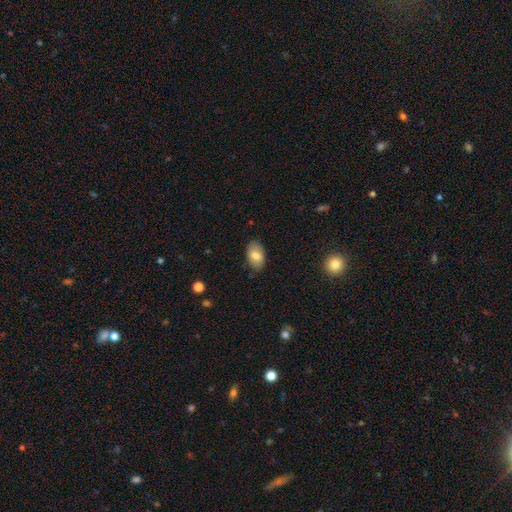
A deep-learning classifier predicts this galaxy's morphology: Smooth or featured?
  - smooth: 77% *
  - featured or disk: 16%
  - star or artifact: 7%
How rounded?
  - in between: 93% *
  - round: 6%
  - cigar-shaped: 1%
Merging?
  - none: 84% *
  - minor disturbance: 13%
  - major disturbance: 2%
  - merger: 1%